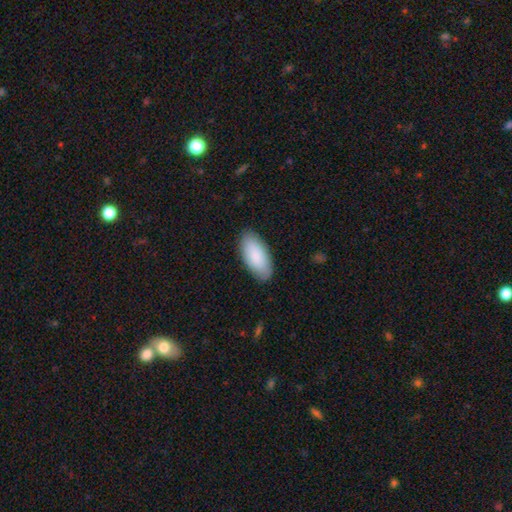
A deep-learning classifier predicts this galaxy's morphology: Smooth or featured? smooth (88%)
How rounded? in between (92%)
Merging? none (87%)